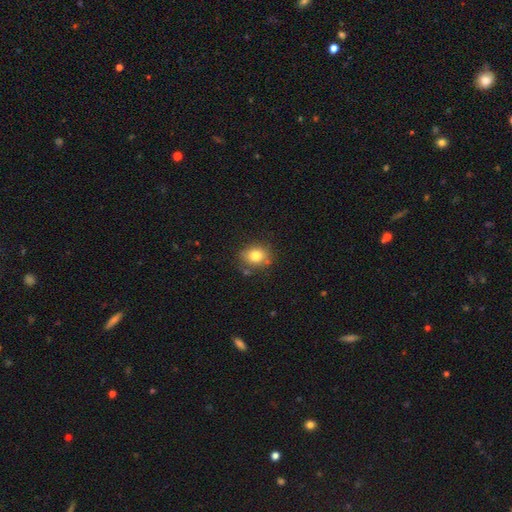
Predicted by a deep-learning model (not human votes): smooth_or_featured: smooth (p=0.80) [alt: star or artifact p=0.10]
how_rounded: round (p=0.60) [alt: in between p=0.39]
merging: none (p=0.77) [alt: minor disturbance p=0.15]